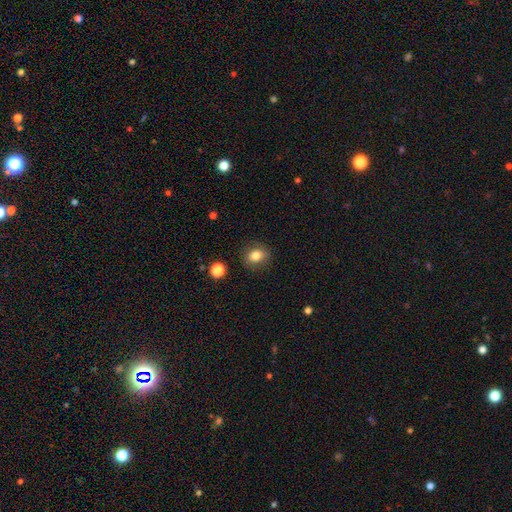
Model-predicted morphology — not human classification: smooth 82%, star or artifact 10%, featured or disk 8%. Down the decision tree: how rounded — round (62%); merging — none (85%).